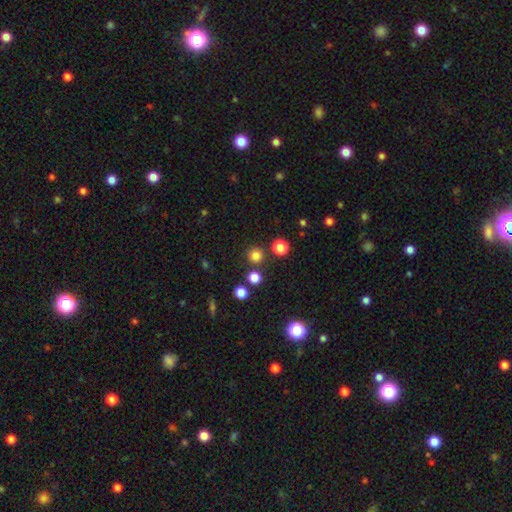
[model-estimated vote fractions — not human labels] Smooth or featured: smooth — 79% (star or artifact — 17%)
How rounded: round — 94% (in between — 5%)
Merging: none — 84% (merger — 7%)